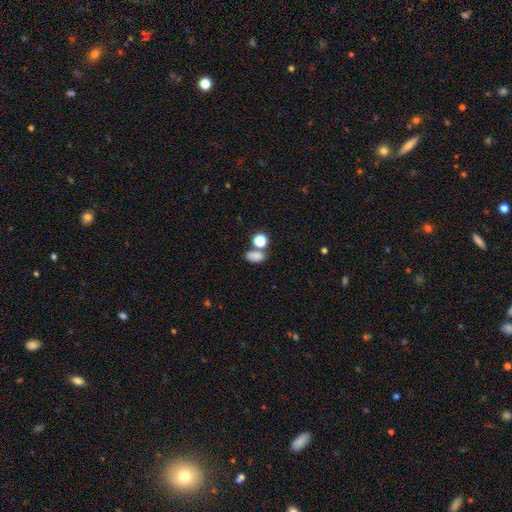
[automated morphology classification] Overall: smooth (79%). How rounded: in between (78%). Merging: none (52%; merger 31%).